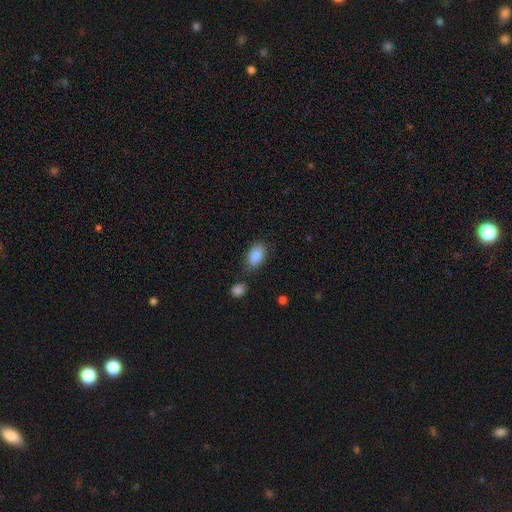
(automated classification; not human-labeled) Q: Smooth or featured?
A: smooth (85%); runner-up: featured or disk (7%)
Q: How rounded?
A: in between (90%); runner-up: round (8%)
Q: Merging?
A: none (75%); runner-up: minor disturbance (16%)